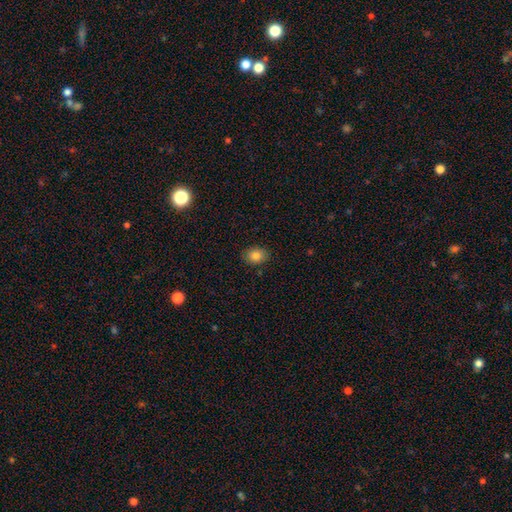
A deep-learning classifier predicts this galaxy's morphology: A smooth galaxy with no disk features (83%) that is in between round and cigar-shaped (65%). Merging: none (87%).